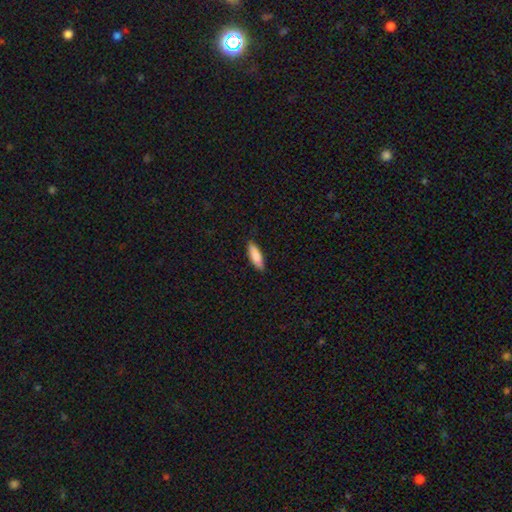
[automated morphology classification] Smooth or featured? smooth (87%)
How rounded? in between (51%)
Merging? none (87%)